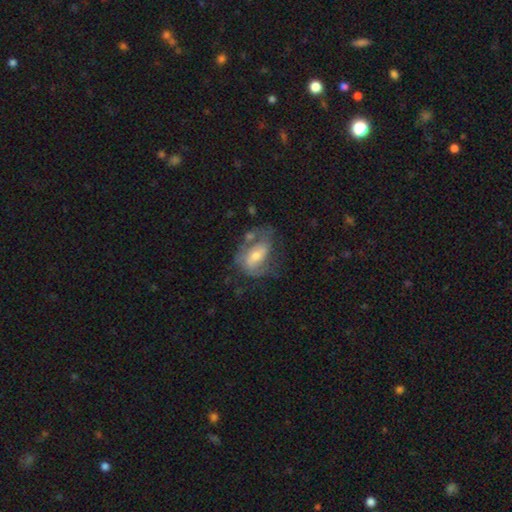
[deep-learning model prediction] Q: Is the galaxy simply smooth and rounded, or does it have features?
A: featured or disk — 56%.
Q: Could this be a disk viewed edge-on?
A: no — 93%.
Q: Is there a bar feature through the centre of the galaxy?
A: no — 40%.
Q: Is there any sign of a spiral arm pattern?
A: yes — 65%.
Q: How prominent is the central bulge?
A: moderate — 53%.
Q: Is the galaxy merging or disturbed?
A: none — 41%.